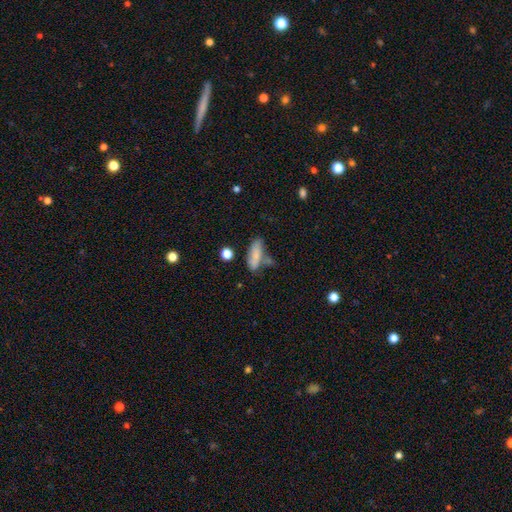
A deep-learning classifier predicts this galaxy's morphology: Smooth or featured? smooth (76%)
How rounded? in between (63%)
Merging? none (51%)